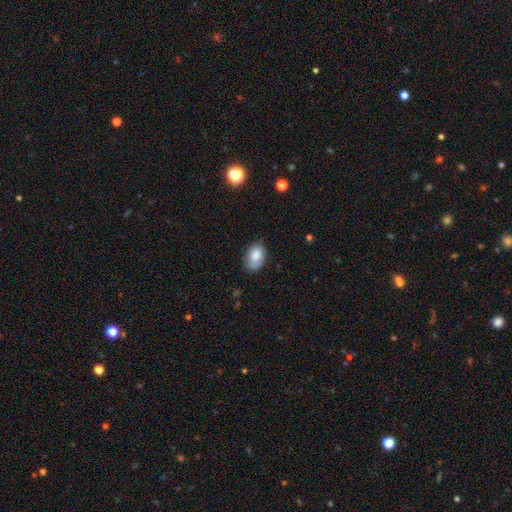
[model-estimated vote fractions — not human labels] Smooth or featured? Predicted: smooth (p=0.82). How rounded? Predicted: in between (p=0.87). Merging? Predicted: none (p=0.67).